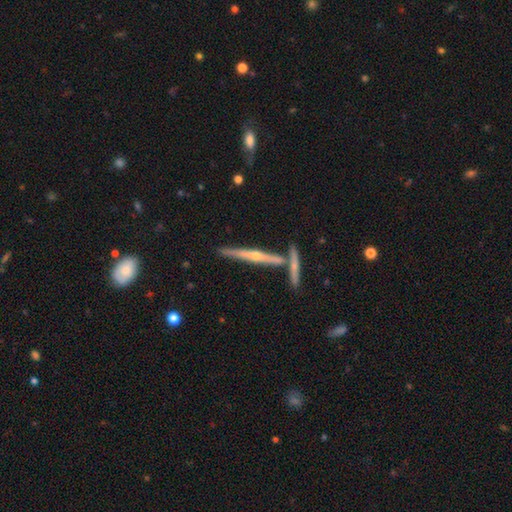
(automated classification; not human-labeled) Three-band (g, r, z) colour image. It shows a featured or disk galaxy (78%) viewed edge-on (97%) with a rounded central bulge (81%). Merging: none (75%).